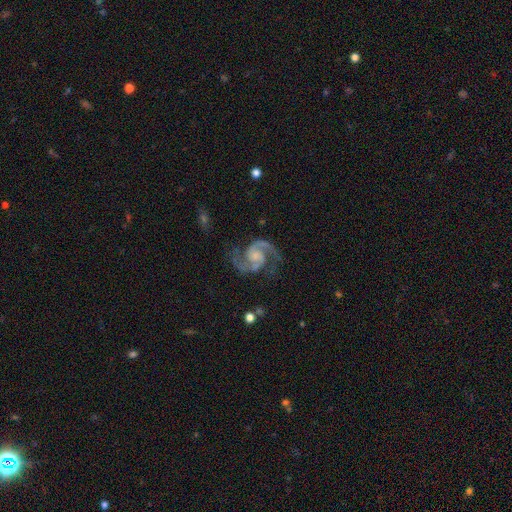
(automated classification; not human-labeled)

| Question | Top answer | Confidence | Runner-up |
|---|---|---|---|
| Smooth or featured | featured or disk | 93% | star or artifact (4%) |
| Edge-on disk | no | 98% | yes (2%) |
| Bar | no | 57% | weak (35%) |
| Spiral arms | yes | 98% | no (2%) |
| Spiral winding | medium | 65% | loose (19%) |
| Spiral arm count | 2 | 94% | 3 (1%) |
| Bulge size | small | 37% | moderate (30%) |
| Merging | none | 76% | minor disturbance (15%) |